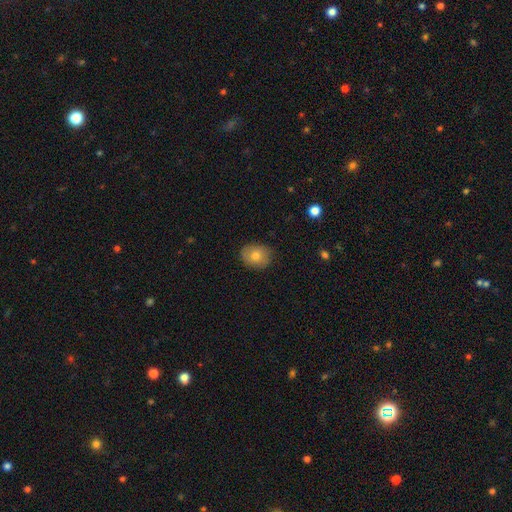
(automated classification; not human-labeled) smooth-or-featured: smooth: 74% | featured or disk: 17% | star or artifact: 9%
  how-rounded: round: 63% | in between: 36% | cigar-shaped: 1%
  merging: none: 81% | minor disturbance: 15% | major disturbance: 3% | merger: 1%